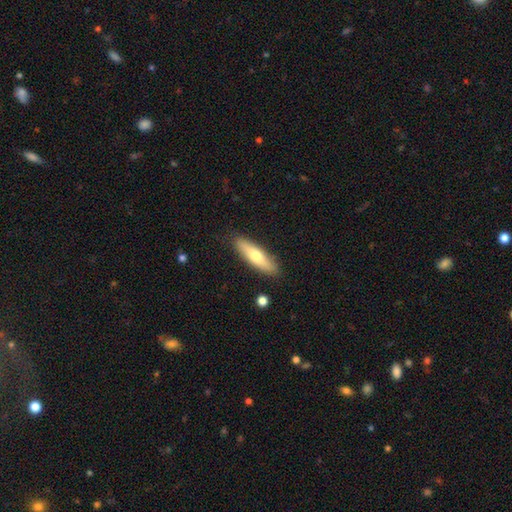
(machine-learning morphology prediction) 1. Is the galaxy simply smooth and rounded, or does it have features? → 64% smooth, 30% featured or disk, 6% star or artifact.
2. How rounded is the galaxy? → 64% cigar-shaped, 34% in between, 2% round.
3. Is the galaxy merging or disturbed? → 87% none, 9% minor disturbance, 2% major disturbance, 2% merger.